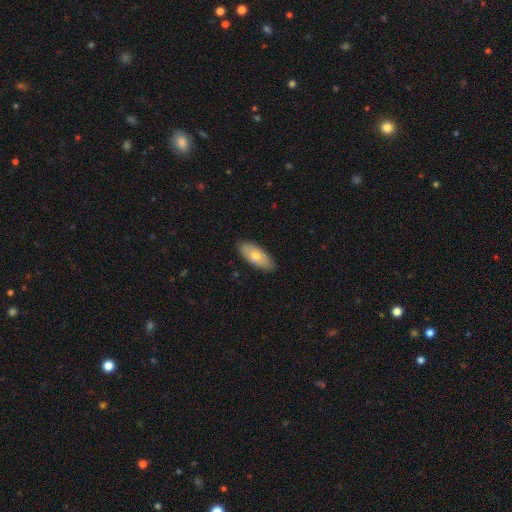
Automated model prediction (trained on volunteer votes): smooth 68%, featured or disk 26%, star or artifact 6%. Down the decision tree: how rounded — in between (86%); merging — none (88%).